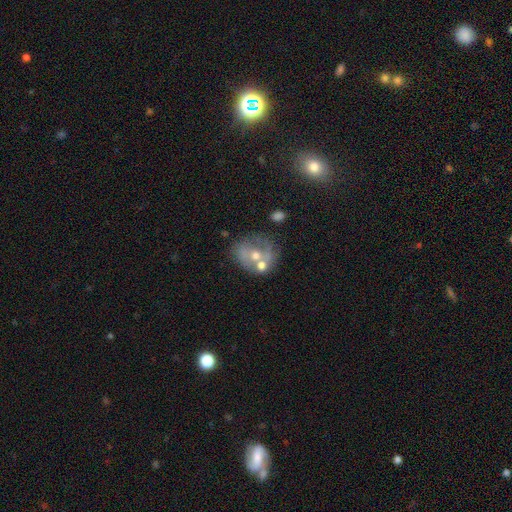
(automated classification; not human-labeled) This is possibly a featured or disk galaxy (57%). It is clearly not viewed edge-on (96%). Bar: likely no (72%). Spiral arm pattern: possibly no (58%). Central bulge: possibly moderate (58%). Merging: marginally none (45%).